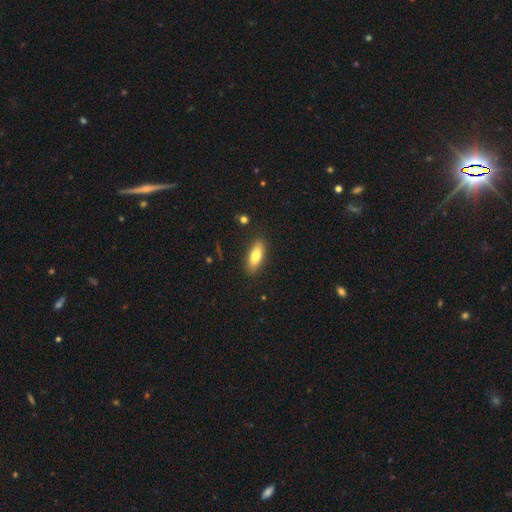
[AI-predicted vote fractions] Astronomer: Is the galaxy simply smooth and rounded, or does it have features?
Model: smooth — 76%.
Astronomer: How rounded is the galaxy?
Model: in between — 70%.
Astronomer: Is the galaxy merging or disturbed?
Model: none — 87%.